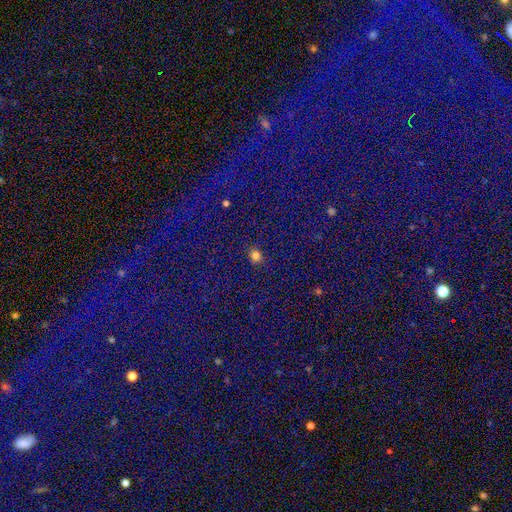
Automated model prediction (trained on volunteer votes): Smooth or featured: smooth — 77% (star or artifact — 18%)
How rounded: round — 68% (in between — 31%)
Merging: none — 88% (minor disturbance — 8%)